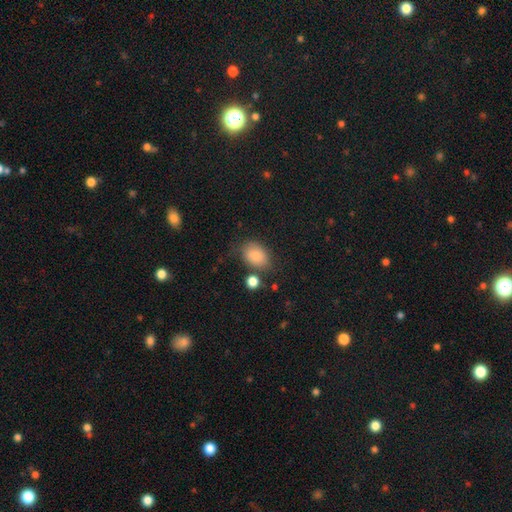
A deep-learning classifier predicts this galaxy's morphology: The model was most divided on "merging": none: 66%, minor disturbance: 20%, merger: 7%, major disturbance: 7%. More confident: smooth or featured — smooth (84%); how rounded — in between (78%).